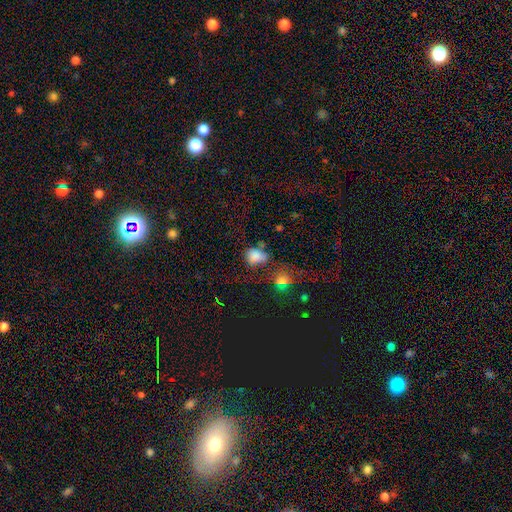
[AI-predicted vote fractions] The model was most divided on "how rounded": round: 51%, in between: 47%, cigar-shaped: 2%. Remaining: smooth or featured — smooth (75%); merging — none (47%).